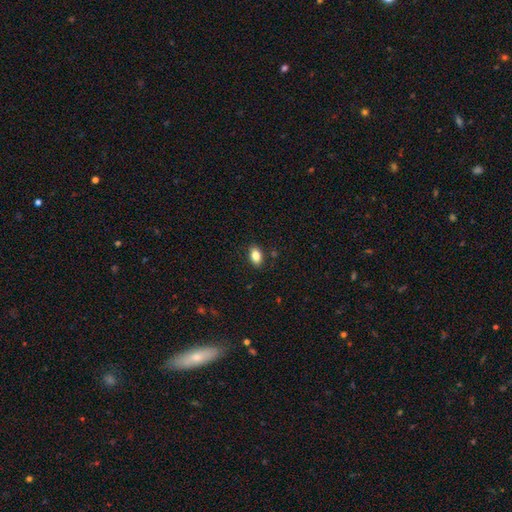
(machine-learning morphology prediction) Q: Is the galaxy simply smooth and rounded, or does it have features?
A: smooth — 83%.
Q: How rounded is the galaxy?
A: in between — 88%.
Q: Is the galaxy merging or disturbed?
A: none — 87%.